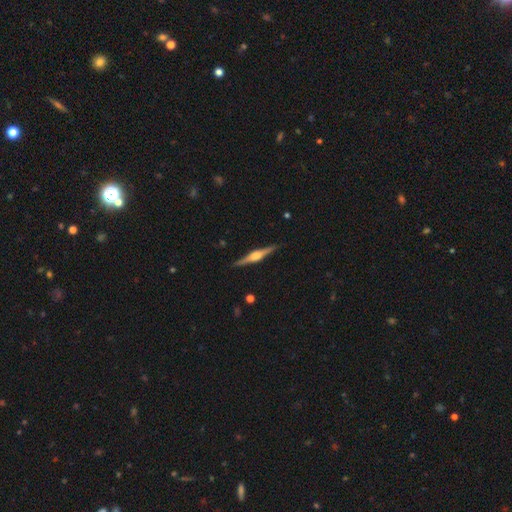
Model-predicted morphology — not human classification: Smooth or featured: featured or disk — 82% (smooth — 13%)
Edge-on disk: yes — 98% (no — 2%)
Edge-on bulge: rounded — 88% (boxy — 10%)
Merging: none — 91% (minor disturbance — 6%)